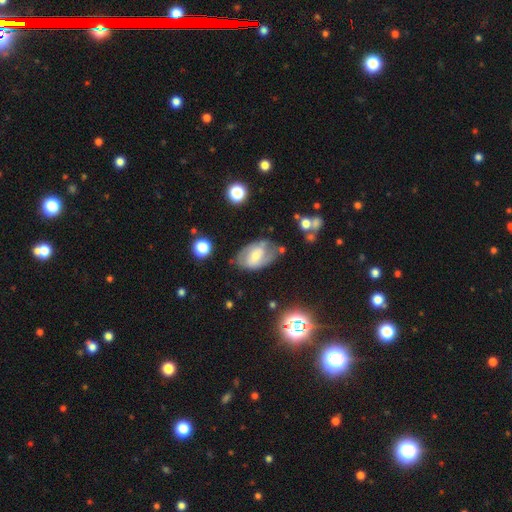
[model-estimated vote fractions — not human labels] Overall: featured or disk (54%; smooth 38%). Edge-on disk: no (94%). Bar: weak (41%; no 39%). Spiral arms: yes (64%; no 36%). Bulge size: small (46%; moderate 40%). Merging: none (61%; minor disturbance 24%).